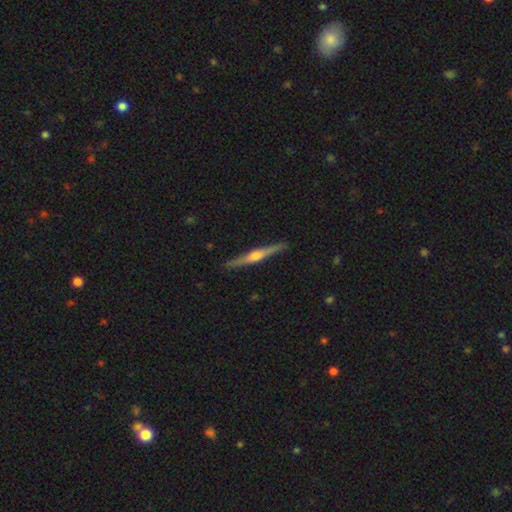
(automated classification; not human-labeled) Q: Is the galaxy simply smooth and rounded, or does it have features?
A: featured or disk — 74%.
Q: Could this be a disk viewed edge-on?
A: yes — 98%.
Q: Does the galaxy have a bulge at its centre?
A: rounded — 87%.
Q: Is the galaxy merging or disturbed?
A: none — 90%.